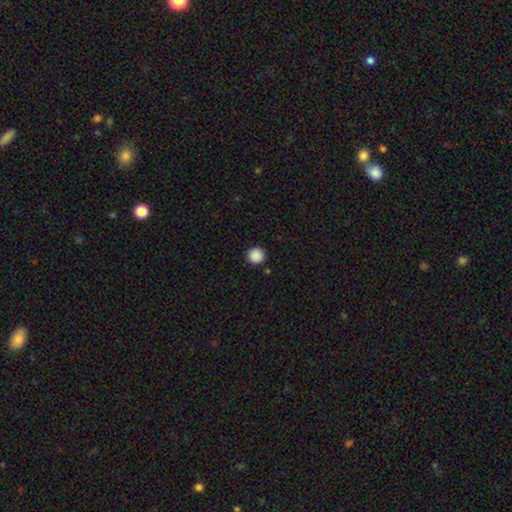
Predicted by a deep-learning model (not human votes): Smooth or featured: smooth — 89% (star or artifact — 9%)
How rounded: round — 95% (in between — 4%)
Merging: none — 92% (minor disturbance — 5%)